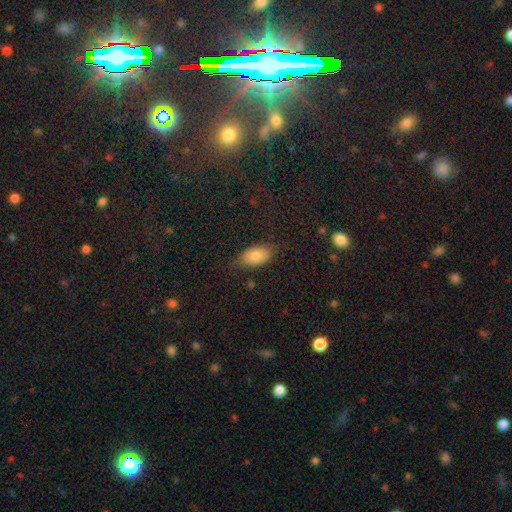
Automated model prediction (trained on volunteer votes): This appears to be a smooth galaxy with no disk features (79%) that is in between round and cigar-shaped (91%). Merging: none (74%).